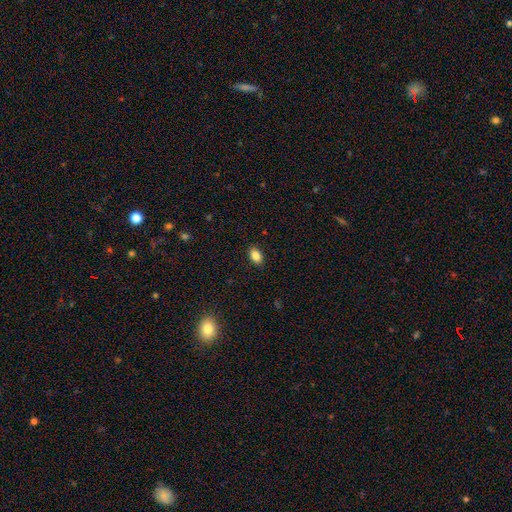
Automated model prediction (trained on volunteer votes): smooth-or-featured: smooth: 86% | star or artifact: 9% | featured or disk: 6%
  how-rounded: in between: 88% | round: 10% | cigar-shaped: 2%
  merging: none: 88% | minor disturbance: 9% | major disturbance: 2% | merger: 1%